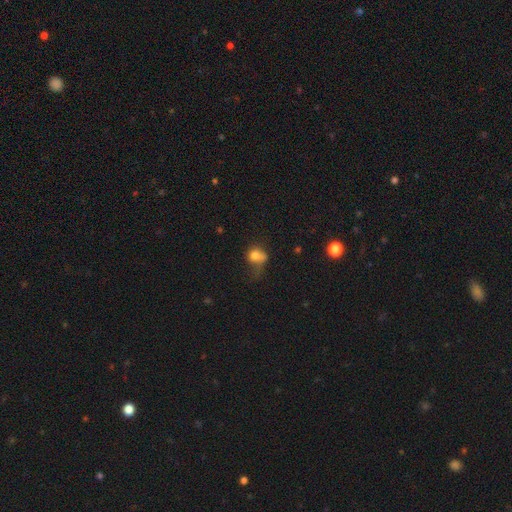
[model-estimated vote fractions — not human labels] The model was most divided on "how rounded": round: 51%, in between: 48%, cigar-shaped: 2%. Remaining: smooth or featured — smooth (71%); merging — major disturbance (38%).